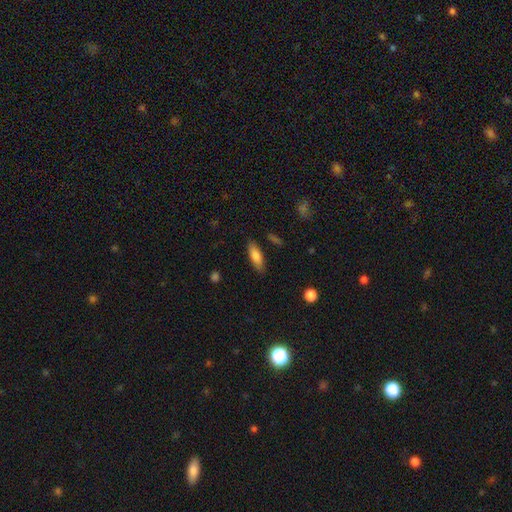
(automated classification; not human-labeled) smooth-or-featured: smooth: 79% | featured or disk: 14% | star or artifact: 7%
  how-rounded: in between: 57% | cigar-shaped: 41% | round: 2%
  merging: none: 85% | minor disturbance: 11% | major disturbance: 3% | merger: 2%